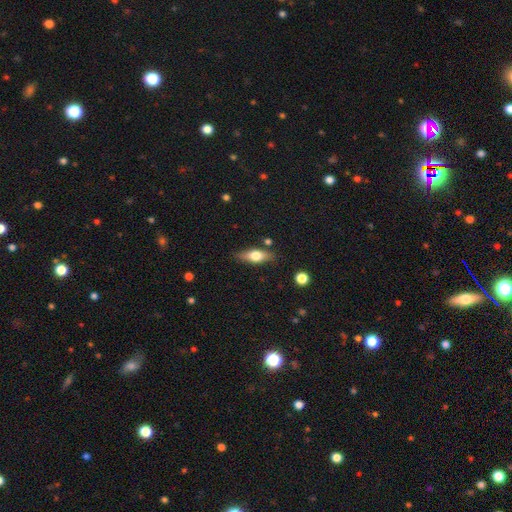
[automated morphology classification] Q: Smooth or featured?
A: smooth (57%); runner-up: featured or disk (36%)
Q: How rounded?
A: in between (62%); runner-up: cigar-shaped (34%)
Q: Merging?
A: none (81%); runner-up: minor disturbance (13%)